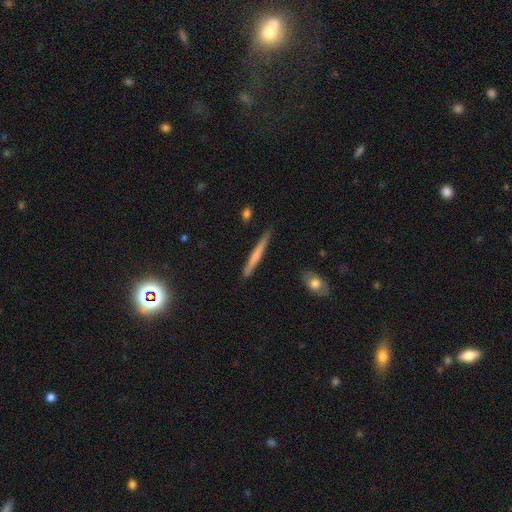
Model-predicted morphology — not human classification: Smooth or featured?
  - smooth: 56% *
  - featured or disk: 39%
  - star or artifact: 5%
How rounded?
  - cigar-shaped: 96% *
  - in between: 2%
  - round: 1%
Merging?
  - none: 86% *
  - minor disturbance: 11%
  - major disturbance: 2%
  - merger: 2%